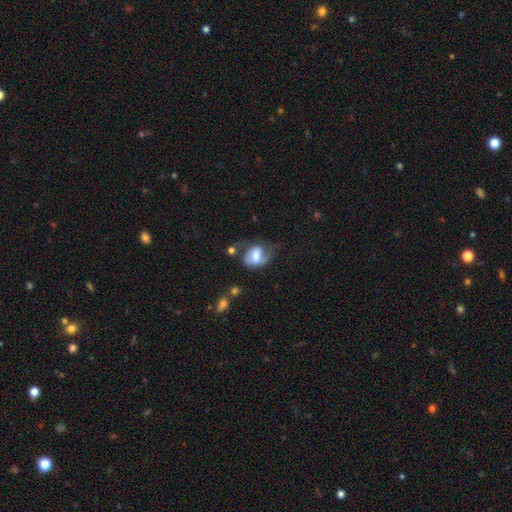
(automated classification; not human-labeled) smooth 52%, featured or disk 40%, star or artifact 8%. Down the decision tree: how rounded — in between (71%); merging — none (36%).